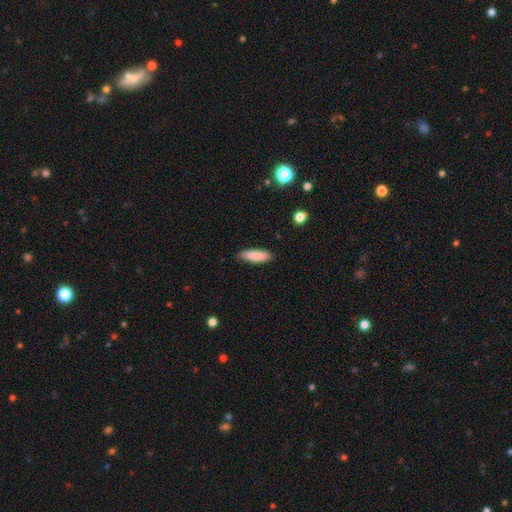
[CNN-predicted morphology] Overall: smooth (84%). How rounded: in between (58%; cigar-shaped 40%). Merging: none (81%).